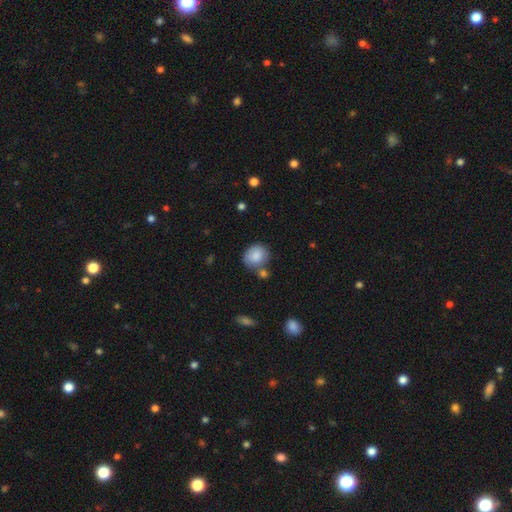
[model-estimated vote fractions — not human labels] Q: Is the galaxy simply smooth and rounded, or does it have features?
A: smooth — 84%.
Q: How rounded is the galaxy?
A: round — 74%.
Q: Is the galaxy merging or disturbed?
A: none — 62%.